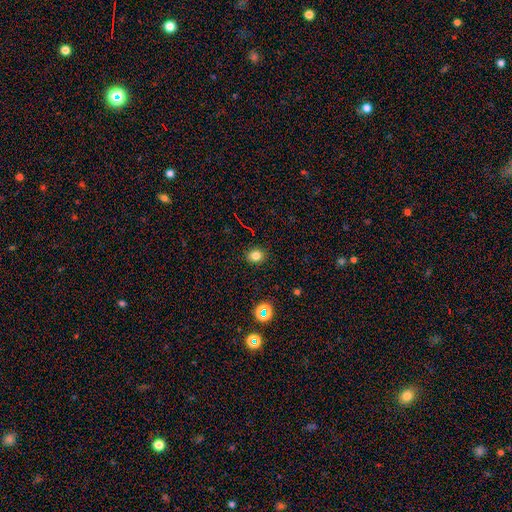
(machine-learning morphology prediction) smooth-or-featured: smooth: 78% | star or artifact: 15% | featured or disk: 7%
  how-rounded: round: 67% | in between: 32% | cigar-shaped: 1%
  merging: none: 89% | minor disturbance: 7% | major disturbance: 2% | merger: 1%